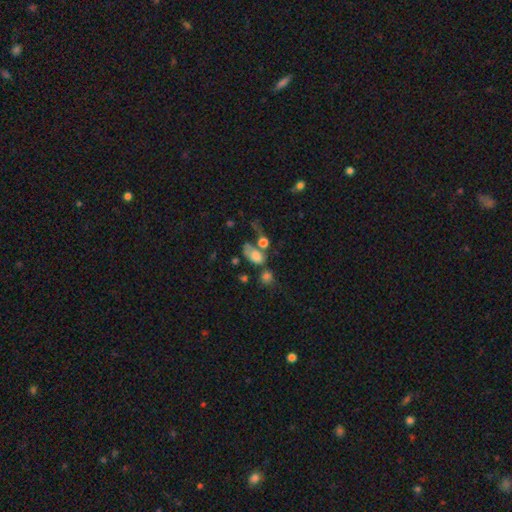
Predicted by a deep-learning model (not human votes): Overall: smooth (69%). How rounded: in between (82%). Merging: merger (35%; none 26%).